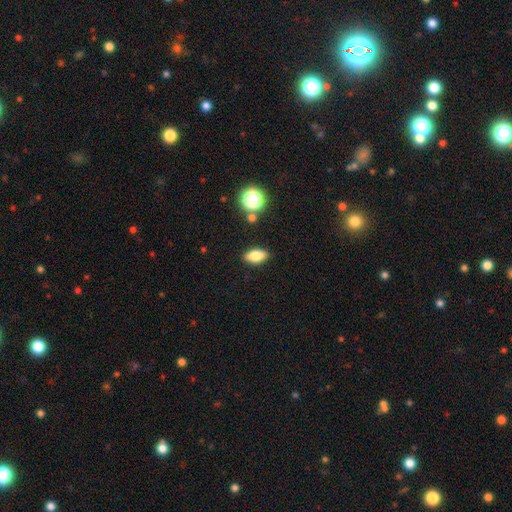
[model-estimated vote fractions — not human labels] smooth 76%, featured or disk 14%, star or artifact 10%. Down the decision tree: how rounded — in between (83%); merging — none (86%).